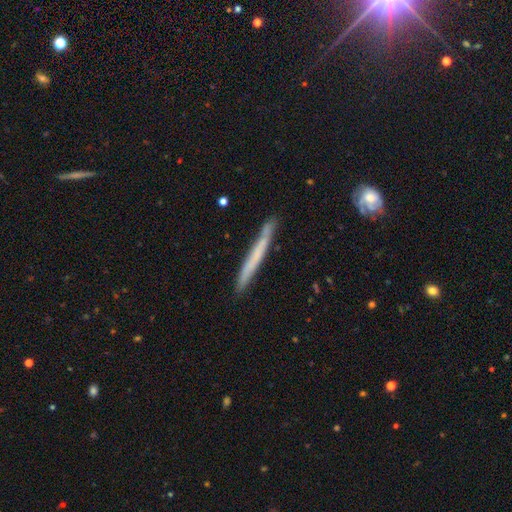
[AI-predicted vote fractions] A smooth galaxy with no disk features (49%).

Vote fractions:
- Smooth or featured? smooth: 49% / featured or disk: 44% / star or artifact: 7%
- Merging? none: 86% / minor disturbance: 11% / merger: 2% / major disturbance: 2%